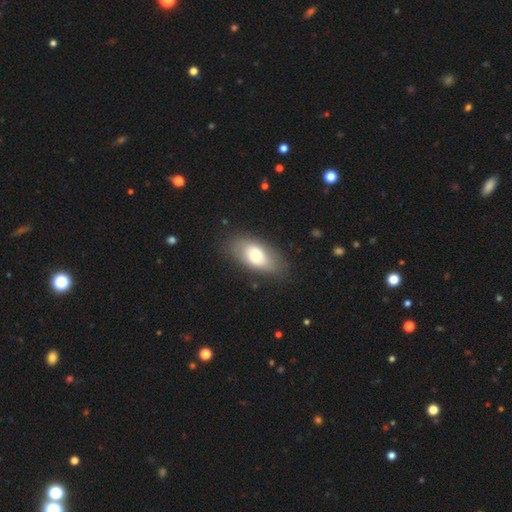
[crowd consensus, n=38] Smooth or featured: smooth — 58% (featured or disk — 34%)
How rounded: in between — 86% (round — 9%)
Merging: none — 83% (minor disturbance — 14%)